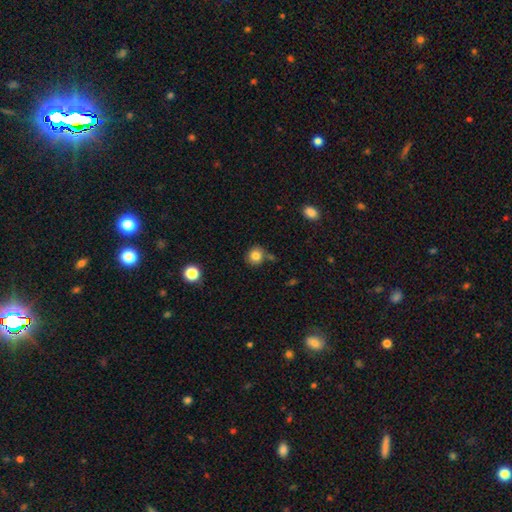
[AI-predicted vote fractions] Overall: smooth (82%). How rounded: round (87%). Merging: none (75%).